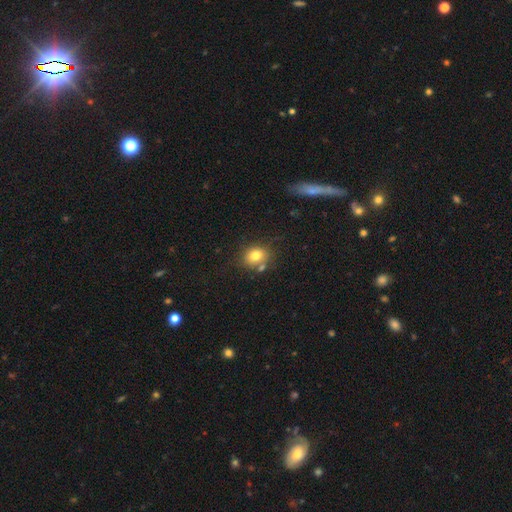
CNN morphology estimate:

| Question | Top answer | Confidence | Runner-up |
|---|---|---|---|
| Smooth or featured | smooth | 78% | star or artifact (11%) |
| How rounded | round | 62% | in between (37%) |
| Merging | none | 67% | minor disturbance (15%) |